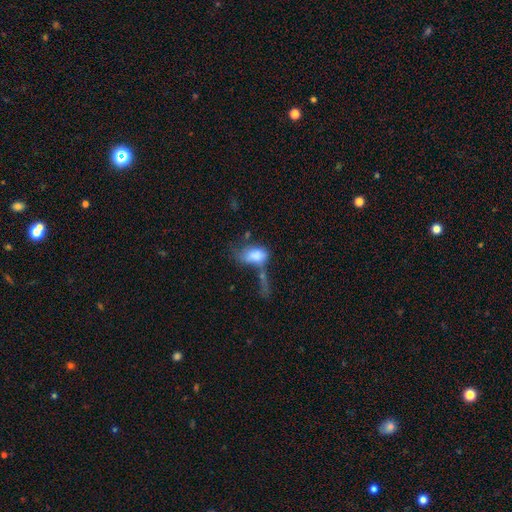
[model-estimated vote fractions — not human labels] Overall: smooth (74%). How rounded: in between (89%). Merging: major disturbance (36%; merger 29%).